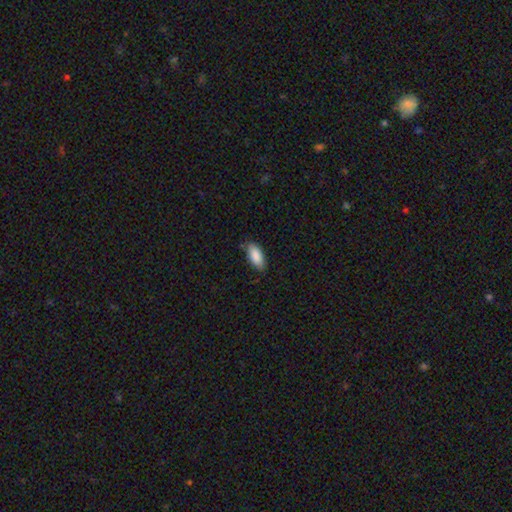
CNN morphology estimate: smooth-or-featured: smooth: 88% | star or artifact: 6% | featured or disk: 6%
  how-rounded: in between: 87% | cigar-shaped: 11% | round: 2%
  merging: none: 81% | minor disturbance: 15% | major disturbance: 3% | merger: 1%